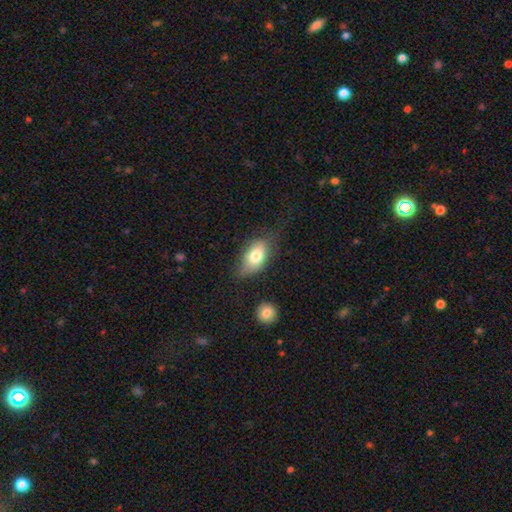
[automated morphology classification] Smooth or featured? Predicted: smooth (p=0.75). How rounded? Predicted: in between (p=0.88). Merging? Predicted: none (p=0.56).